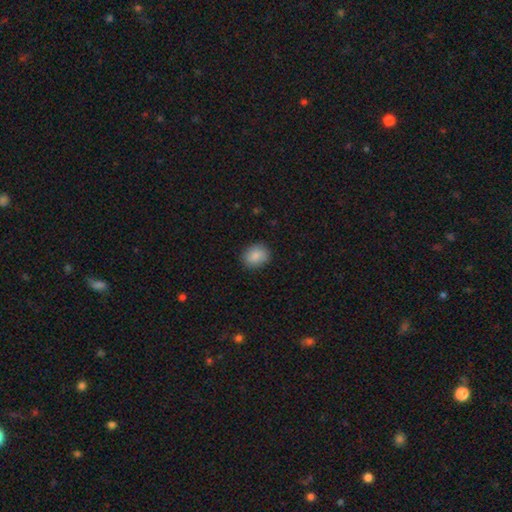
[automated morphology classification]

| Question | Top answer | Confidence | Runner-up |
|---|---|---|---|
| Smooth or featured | smooth | 88% | star or artifact (8%) |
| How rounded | round | 50% | in between (49%) |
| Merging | none | 87% | minor disturbance (9%) |